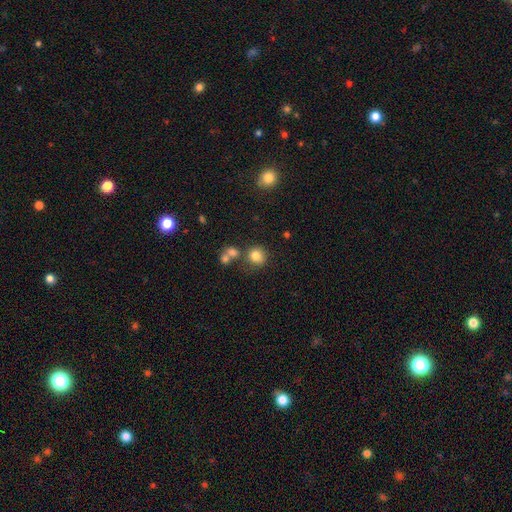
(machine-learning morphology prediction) smooth_or_featured: smooth (p=0.80) [alt: star or artifact p=0.12]
how_rounded: round (p=0.87) [alt: in between p=0.12]
merging: none (p=0.67) [alt: merger p=0.17]